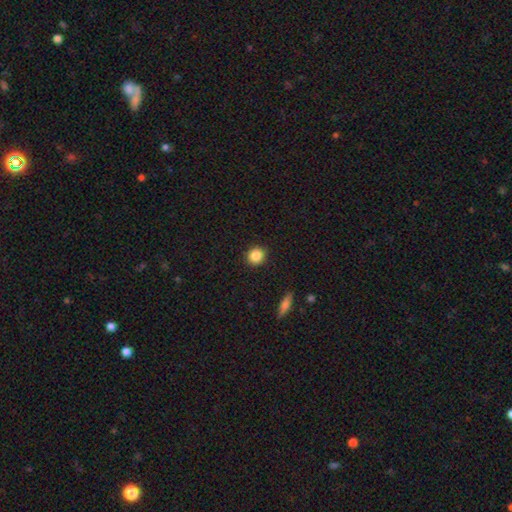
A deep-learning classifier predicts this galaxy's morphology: Smooth or featured? Predicted: smooth (p=0.86). How rounded? Predicted: round (p=0.88). Merging? Predicted: none (p=0.91).